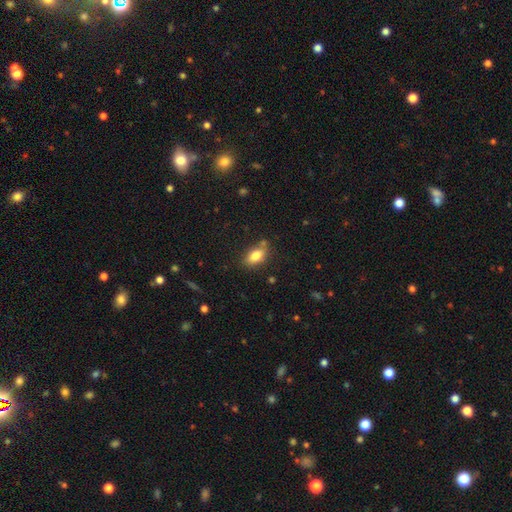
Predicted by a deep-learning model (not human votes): smooth_or_featured: smooth (p=0.80) [alt: featured or disk p=0.11]
how_rounded: in between (p=0.87) [alt: round p=0.08]
merging: none (p=0.73) [alt: minor disturbance p=0.17]